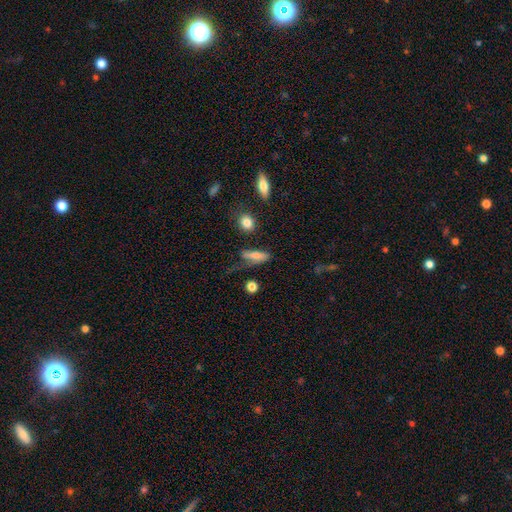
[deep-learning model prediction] smooth 71%, featured or disk 20%, star or artifact 9%. Down the decision tree: how rounded — in between (51%); merging — none (44%).